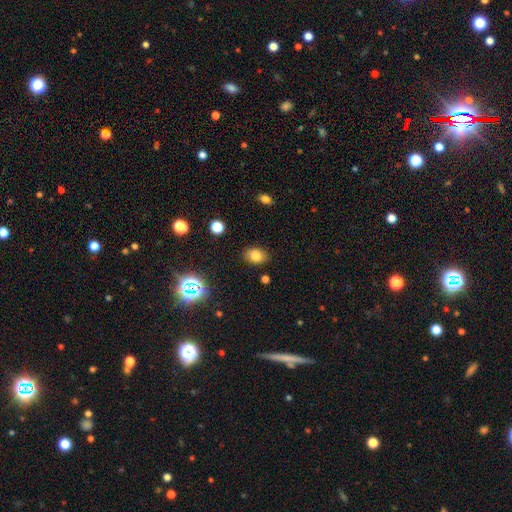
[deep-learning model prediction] Smooth or featured?
  - smooth: 79% *
  - star or artifact: 13%
  - featured or disk: 8%
How rounded?
  - in between: 69% *
  - round: 30%
  - cigar-shaped: 1%
Merging?
  - none: 86% *
  - minor disturbance: 9%
  - major disturbance: 3%
  - merger: 2%